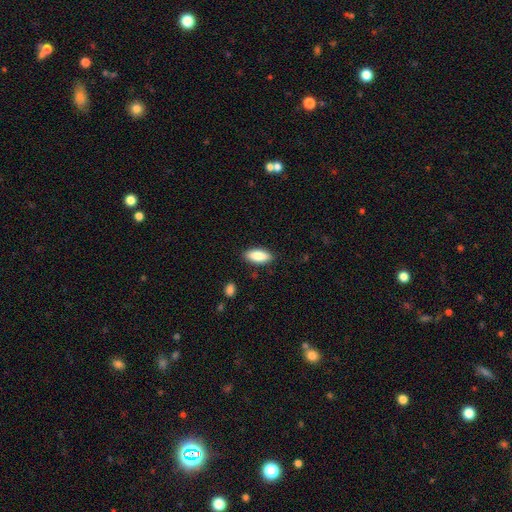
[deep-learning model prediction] Smooth or featured? smooth (87%)
How rounded? in between (83%)
Merging? none (87%)